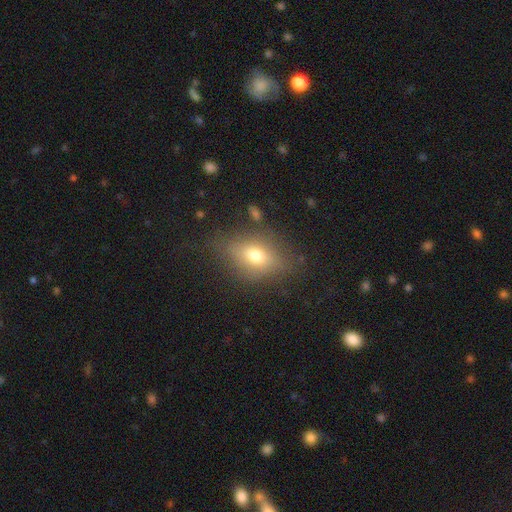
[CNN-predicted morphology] smooth-or-featured: smooth: 69% | featured or disk: 19% | star or artifact: 12%
  how-rounded: in between: 75% | round: 21% | cigar-shaped: 4%
  merging: none: 70% | minor disturbance: 19% | major disturbance: 8% | merger: 3%